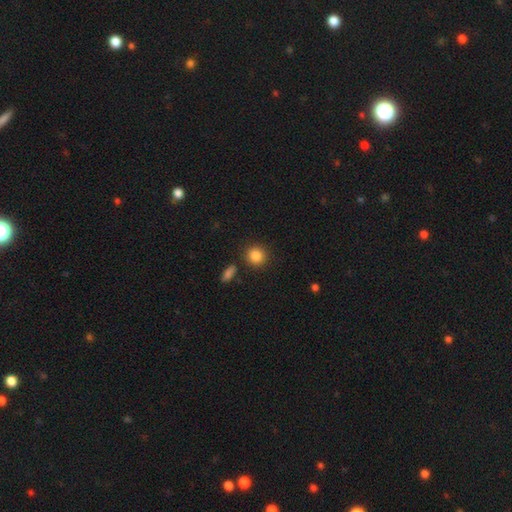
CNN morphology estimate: smooth_or_featured: smooth (p=0.86) [alt: star or artifact p=0.09]
how_rounded: round (p=0.87) [alt: in between p=0.12]
merging: none (p=0.86) [alt: minor disturbance p=0.08]